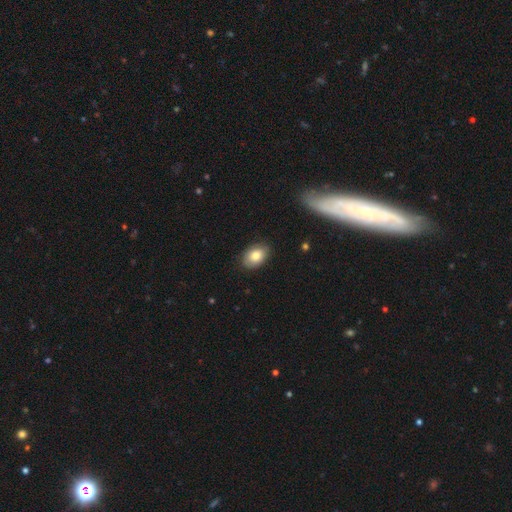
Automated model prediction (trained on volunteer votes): smooth_or_featured: smooth (p=0.79) [alt: featured or disk p=0.13]
how_rounded: in between (p=0.86) [alt: round p=0.13]
merging: none (p=0.84) [alt: minor disturbance p=0.12]